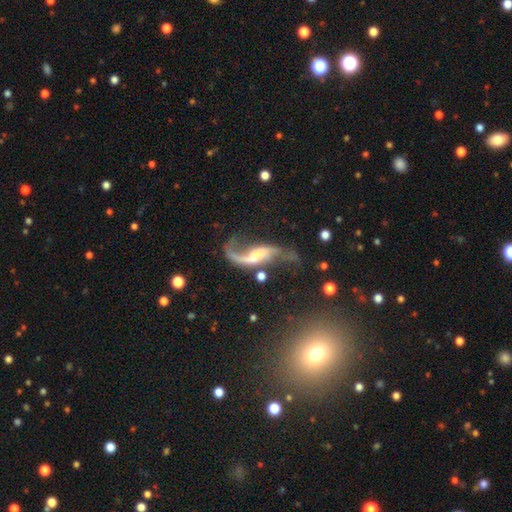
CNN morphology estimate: Smooth or featured? featured or disk (85%)
Edge-on disk? no (94%)
Bar? weak (39%)
Spiral arms? yes (94%)
Spiral winding? loose (89%)
Spiral arm count? 2 (83%)
Bulge size? none (29%)
Merging? none (46%)